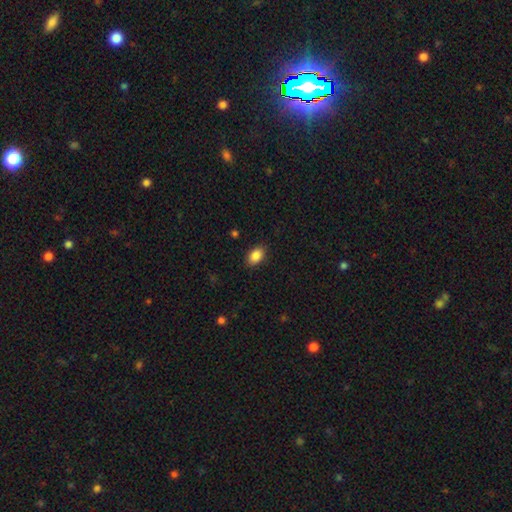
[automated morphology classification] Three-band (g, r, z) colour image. It shows a smooth galaxy with no disk features (88%) that is in between round and cigar-shaped (88%). Merging: none (87%).